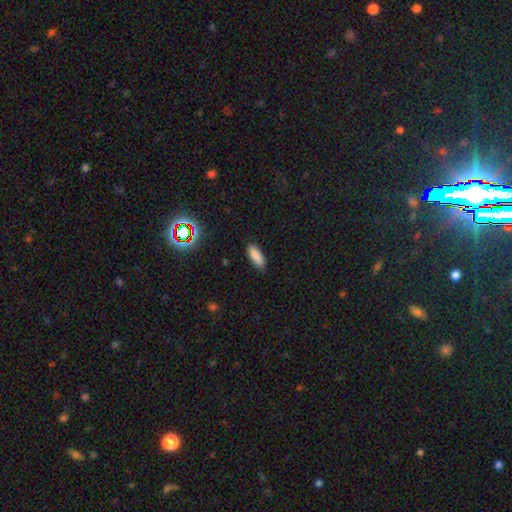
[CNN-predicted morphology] A smooth galaxy with no disk features (85%) that is in between round and cigar-shaped (76%).

Vote fractions:
- Smooth or featured? smooth: 85% / star or artifact: 10% / featured or disk: 5%
- How rounded? in between: 76% / cigar-shaped: 22% / round: 2%
- Merging? none: 85% / minor disturbance: 12% / major disturbance: 2% / merger: 1%